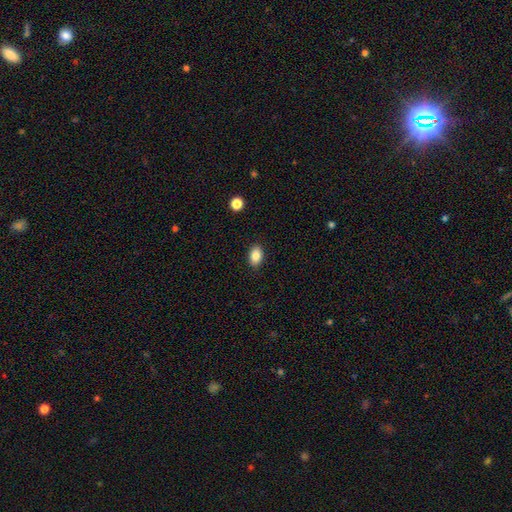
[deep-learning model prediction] This is clearly a smooth galaxy (85%). How rounded: clearly in between (85%). Merging: clearly none (89%).